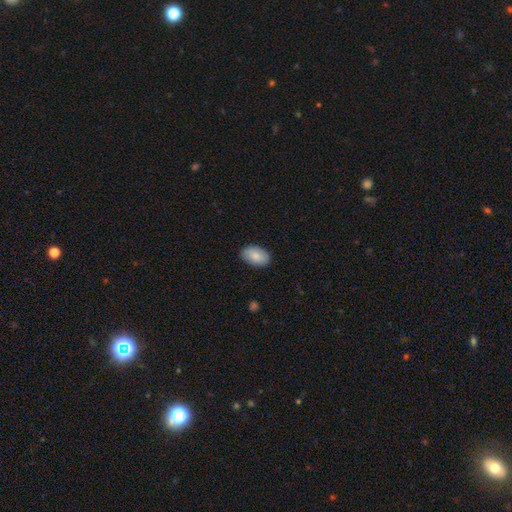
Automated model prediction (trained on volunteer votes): Q: Smooth or featured?
A: smooth (85%); runner-up: featured or disk (9%)
Q: How rounded?
A: in between (92%); runner-up: round (7%)
Q: Merging?
A: none (87%); runner-up: minor disturbance (10%)